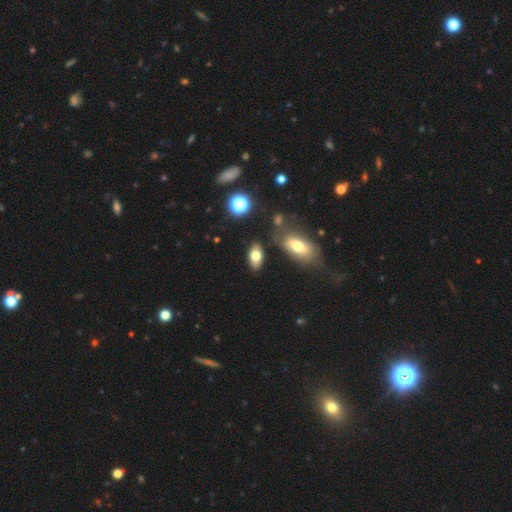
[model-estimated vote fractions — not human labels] smooth-or-featured: smooth: 75% | featured or disk: 16% | star or artifact: 9%
  how-rounded: in between: 90% | round: 6% | cigar-shaped: 4%
  merging: none: 81% | minor disturbance: 11% | merger: 5% | major disturbance: 3%